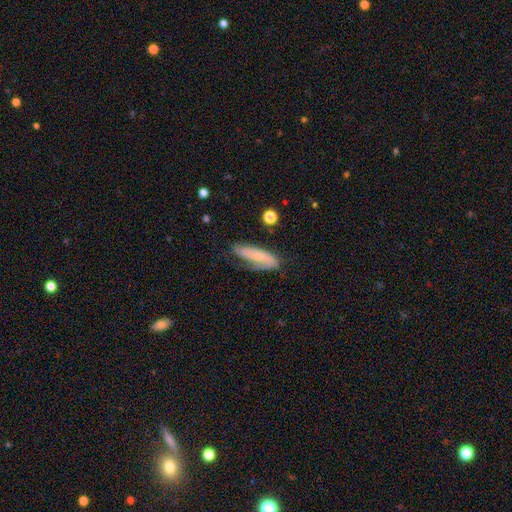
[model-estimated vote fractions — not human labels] This appears to be a featured or disk galaxy (55%). Merging: none (55%).